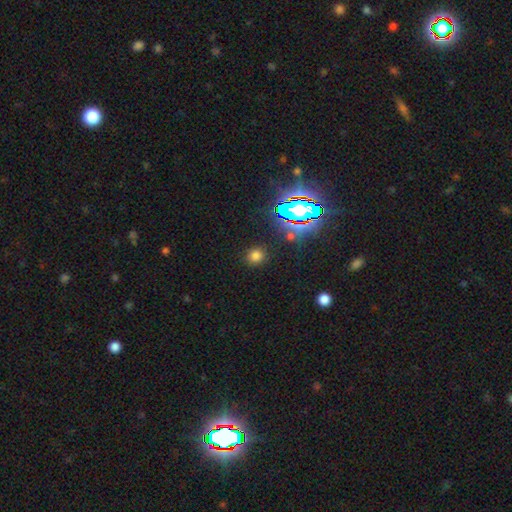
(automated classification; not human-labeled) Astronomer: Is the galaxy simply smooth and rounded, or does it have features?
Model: smooth — 71%.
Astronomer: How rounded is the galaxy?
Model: round — 86%.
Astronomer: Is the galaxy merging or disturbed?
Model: none — 88%.